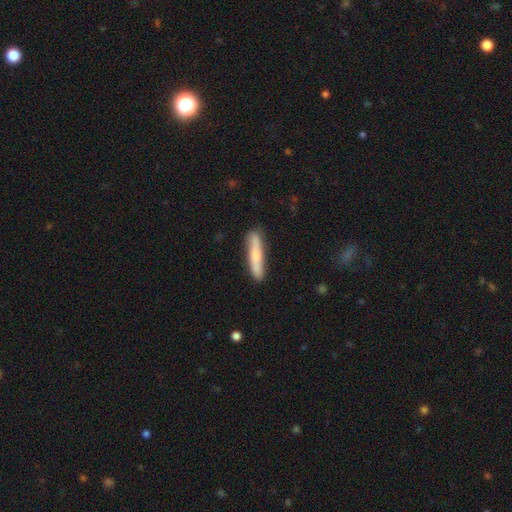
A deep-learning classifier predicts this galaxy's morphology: This appears to be a smooth galaxy with no disk features (64%) that is cigar-shaped (89%). Merging: none (85%).